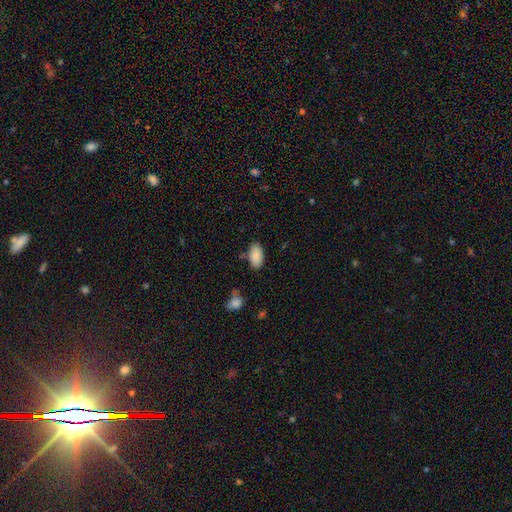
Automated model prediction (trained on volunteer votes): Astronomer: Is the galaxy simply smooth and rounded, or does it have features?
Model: smooth — 89%.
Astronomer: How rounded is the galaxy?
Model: in between — 94%.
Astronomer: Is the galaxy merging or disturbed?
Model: none — 79%.